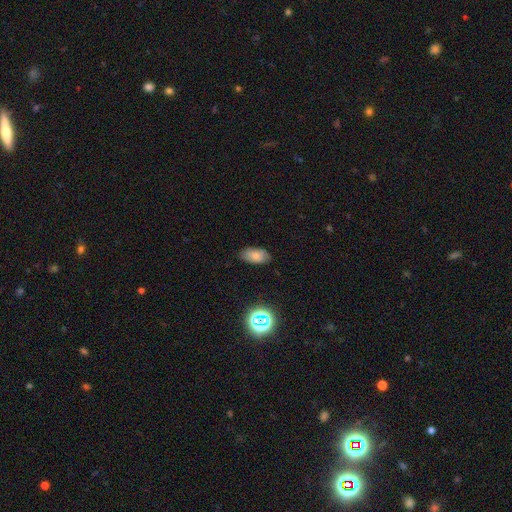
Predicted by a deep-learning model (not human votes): smooth-or-featured: smooth: 75% | featured or disk: 13% | star or artifact: 12%
  how-rounded: in between: 93% | round: 4% | cigar-shaped: 3%
  merging: none: 82% | minor disturbance: 14% | major disturbance: 3% | merger: 1%